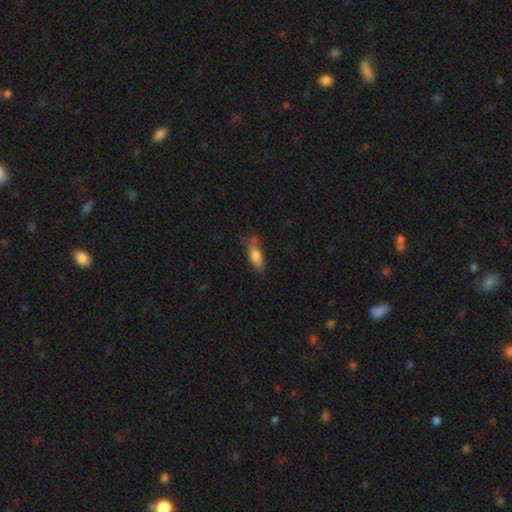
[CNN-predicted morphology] Smooth or featured: smooth — 74% (featured or disk — 18%)
How rounded: in between — 65% (cigar-shaped — 32%)
Merging: none — 57% (minor disturbance — 30%)